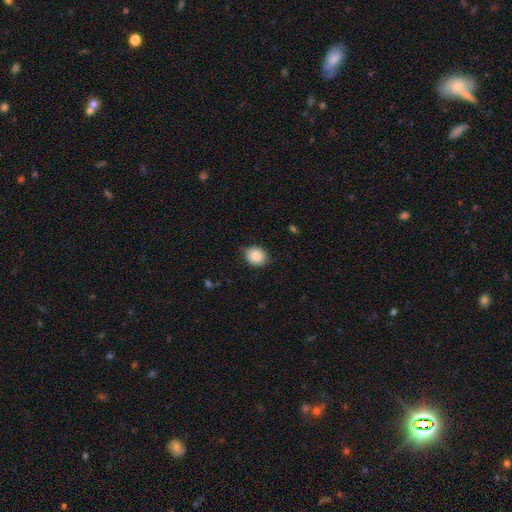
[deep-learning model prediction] A smooth galaxy with no disk features (81%) that is round (69%).

Vote fractions:
- Smooth or featured? smooth: 81% / featured or disk: 10% / star or artifact: 8%
- How rounded? round: 69% / in between: 30% / cigar-shaped: 1%
- Merging? none: 80% / minor disturbance: 16% / major disturbance: 3% / merger: 1%